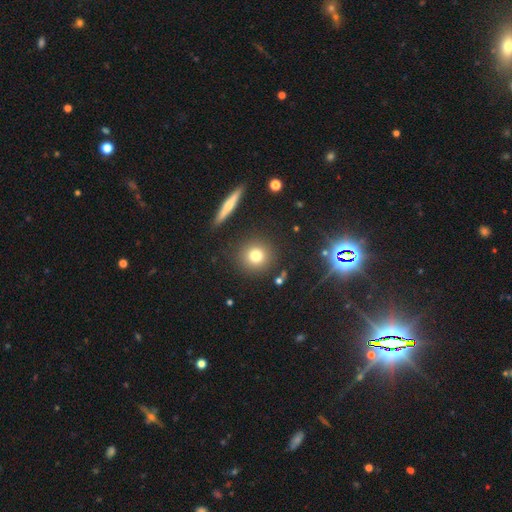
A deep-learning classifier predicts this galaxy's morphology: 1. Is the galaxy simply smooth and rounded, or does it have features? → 76% smooth, 14% star or artifact, 10% featured or disk.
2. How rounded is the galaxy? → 91% round, 7% in between, 2% cigar-shaped.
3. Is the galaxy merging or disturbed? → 86% none, 7% minor disturbance, 4% merger, 3% major disturbance.